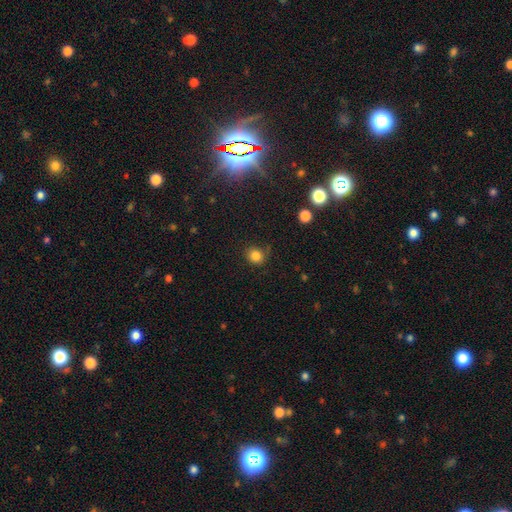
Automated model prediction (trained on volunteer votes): Morphology: type=smooth (83%); roundness=round (83%); merging=none (76%).